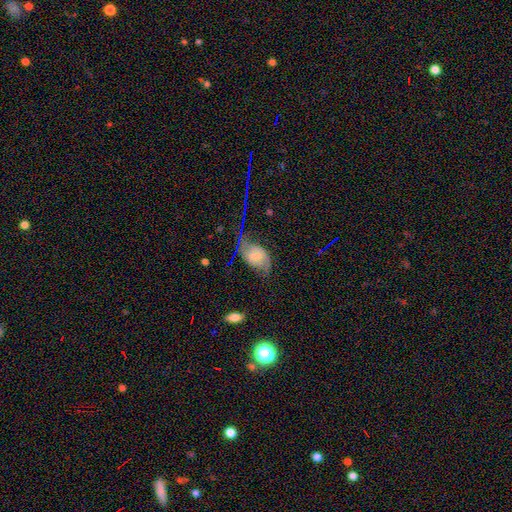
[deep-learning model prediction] Smooth or featured? featured or disk (52%)
Edge-on disk? no (91%)
Merging? none (54%)